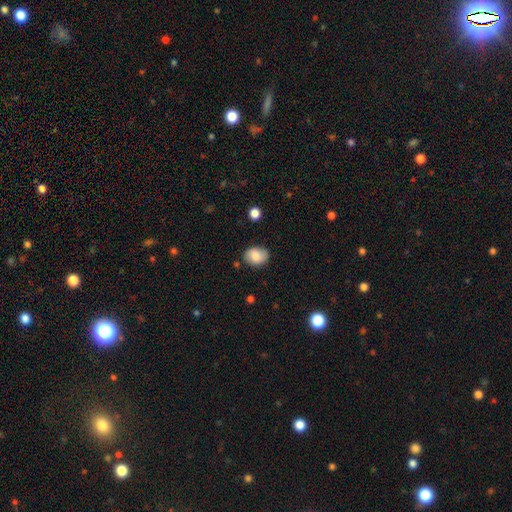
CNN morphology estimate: Smooth or featured? Predicted: smooth (p=0.81). How rounded? Predicted: in between (p=0.61). Merging? Predicted: none (p=0.77).